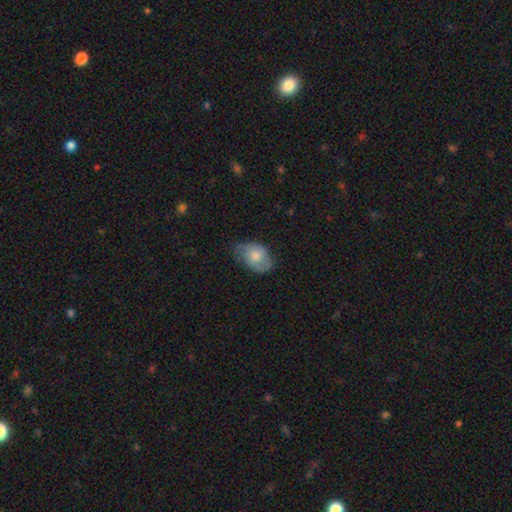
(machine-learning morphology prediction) This is likely a smooth galaxy (67%). How rounded: clearly in between (83%). Merging: possibly none (57%).